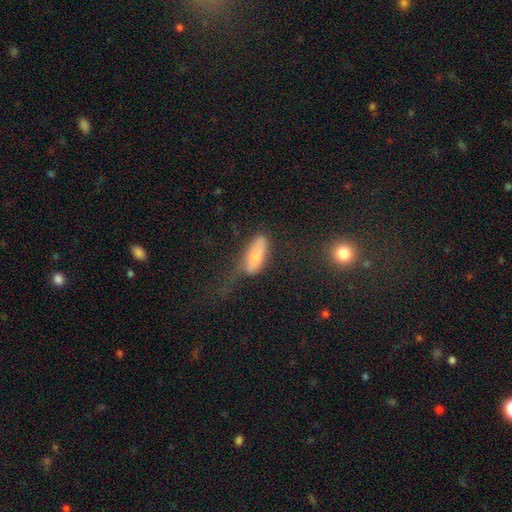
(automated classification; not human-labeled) This appears to be a smooth galaxy with no disk features (69%) that is in between round and cigar-shaped (70%). Merging: major disturbance (37%).